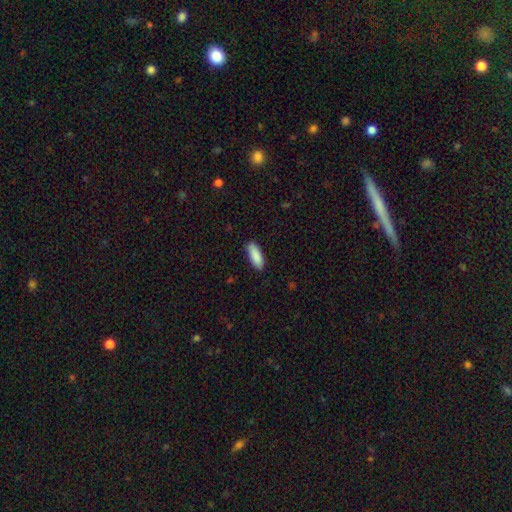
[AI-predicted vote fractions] This appears to be a smooth galaxy with no disk features (90%) that is in between round and cigar-shaped (70%). Merging: none (87%).